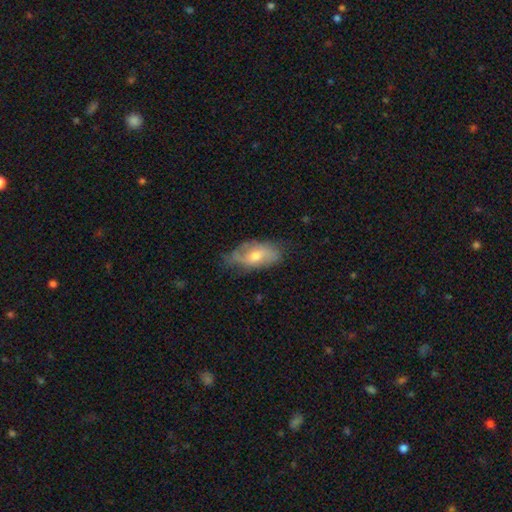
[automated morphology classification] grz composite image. It shows a smooth galaxy with no disk features (48%). Merging: none (57%).